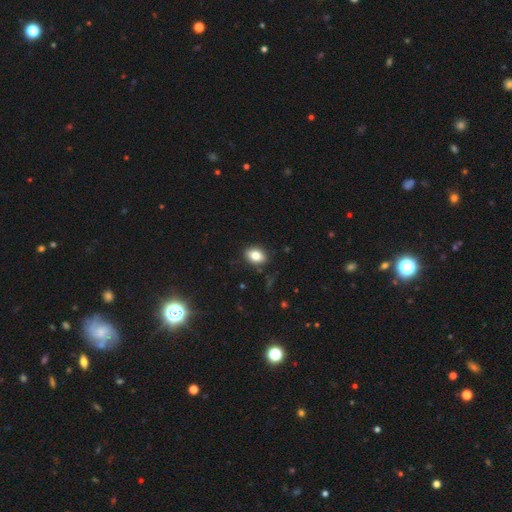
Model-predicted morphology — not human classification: The model was most divided on "how rounded": in between: 74%, round: 24%, cigar-shaped: 2%. More confident: merging — none (85%); smooth or featured — smooth (80%).